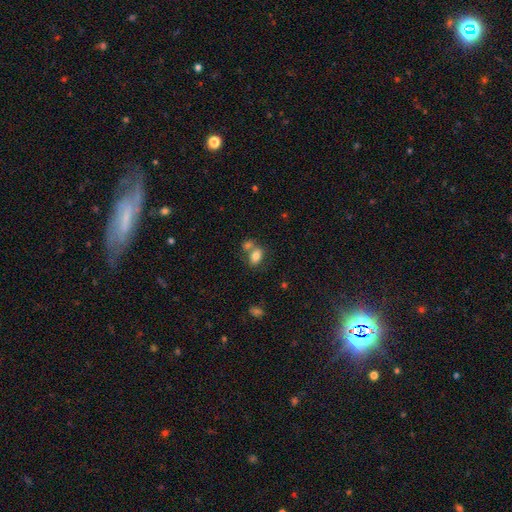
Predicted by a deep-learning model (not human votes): smooth 79%, featured or disk 12%, star or artifact 9%. Down the decision tree: how rounded — in between (82%); merging — none (44%).